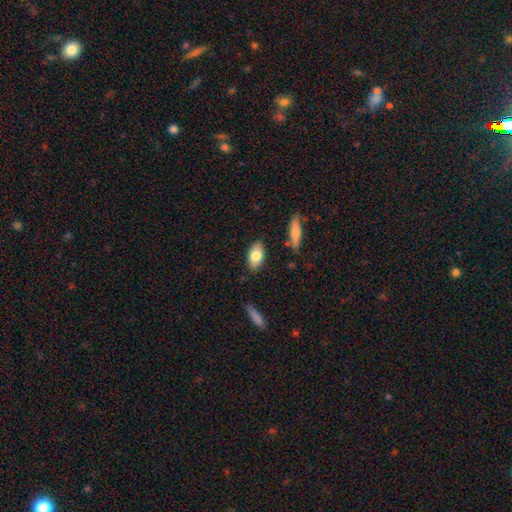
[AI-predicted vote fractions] The model was most divided on "smooth or featured": smooth: 79%, featured or disk: 14%, star or artifact: 6%. More confident: how rounded — in between (91%); merging — none (84%).